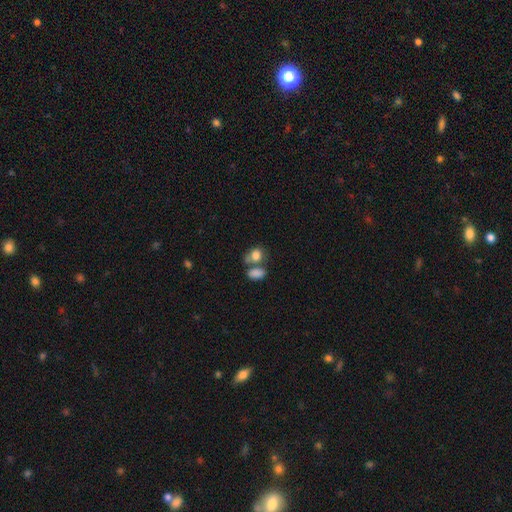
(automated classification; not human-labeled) smooth_or_featured: smooth (p=0.80) [alt: featured or disk p=0.10]
how_rounded: in between (p=0.60) [alt: round p=0.38]
merging: merger (p=0.47) [alt: none p=0.35]